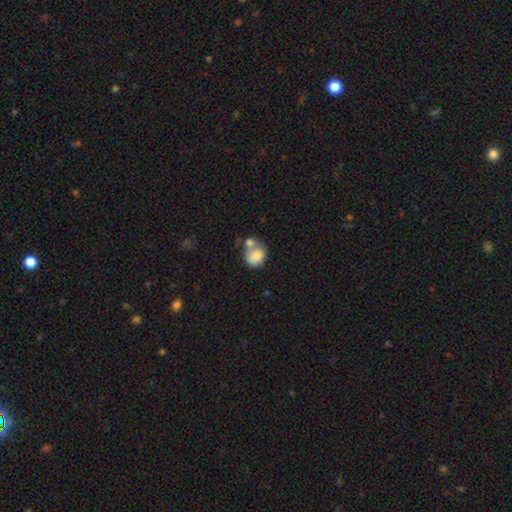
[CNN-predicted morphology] Smooth or featured: smooth — 80% (featured or disk — 13%)
How rounded: in between — 50% (round — 49%)
Merging: merger — 43% (none — 35%)